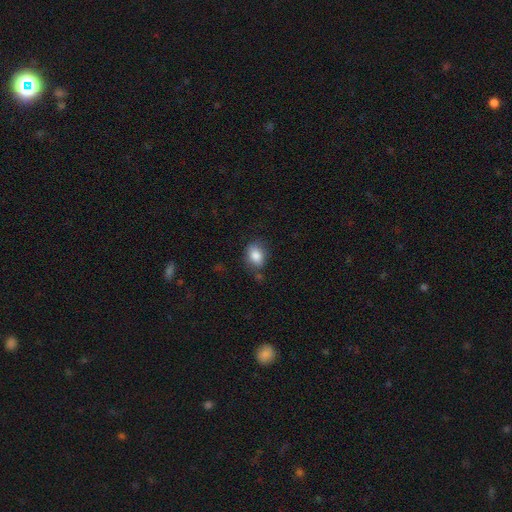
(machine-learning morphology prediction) smooth 83%, featured or disk 8%, star or artifact 8%. Down the decision tree: how rounded — in between (73%); merging — none (71%).